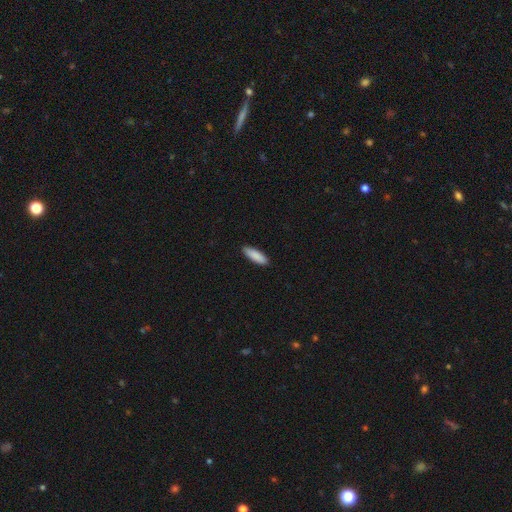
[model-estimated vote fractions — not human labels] Smooth or featured: smooth — 89% (star or artifact — 6%)
How rounded: cigar-shaped — 51% (in between — 47%)
Merging: none — 90% (minor disturbance — 8%)